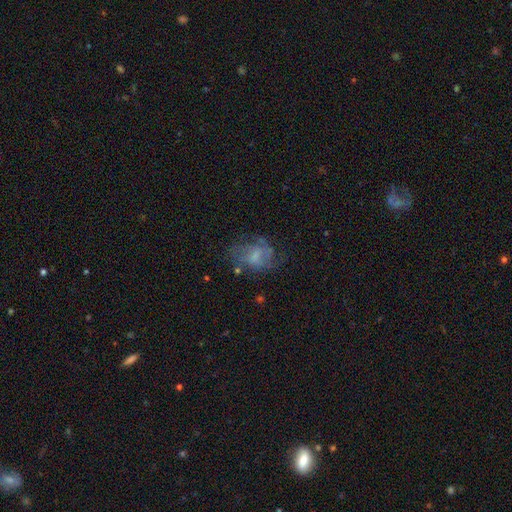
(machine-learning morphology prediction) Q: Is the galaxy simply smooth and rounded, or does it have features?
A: featured or disk — 48%.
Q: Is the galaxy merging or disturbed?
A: none — 47%.